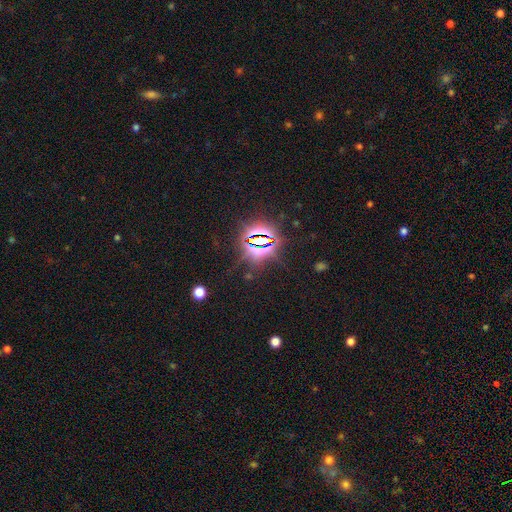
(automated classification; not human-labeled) Morphology: type=star or artifact (83%).